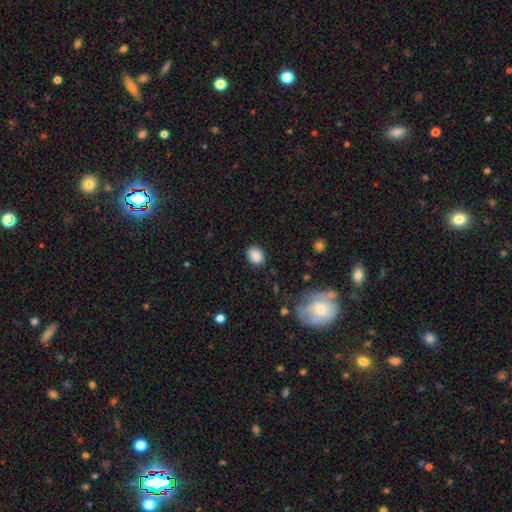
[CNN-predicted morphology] smooth 88%, star or artifact 8%, featured or disk 4%. Down the decision tree: how rounded — in between (67%); merging — none (86%).